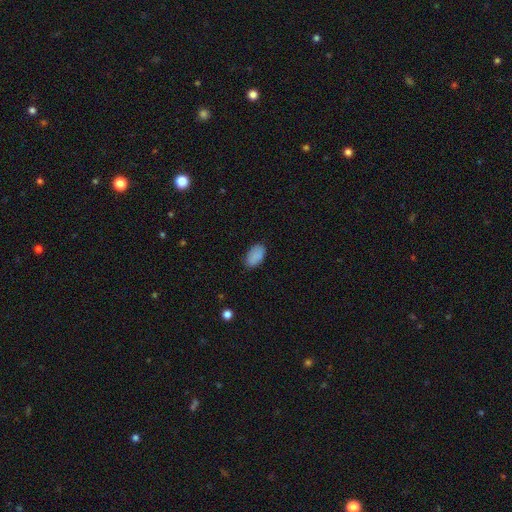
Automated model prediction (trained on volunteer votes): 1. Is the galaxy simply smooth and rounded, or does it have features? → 88% smooth, 8% star or artifact, 4% featured or disk.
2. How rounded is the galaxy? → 94% in between, 5% round, 2% cigar-shaped.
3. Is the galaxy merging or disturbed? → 82% none, 14% minor disturbance, 3% major disturbance, 1% merger.